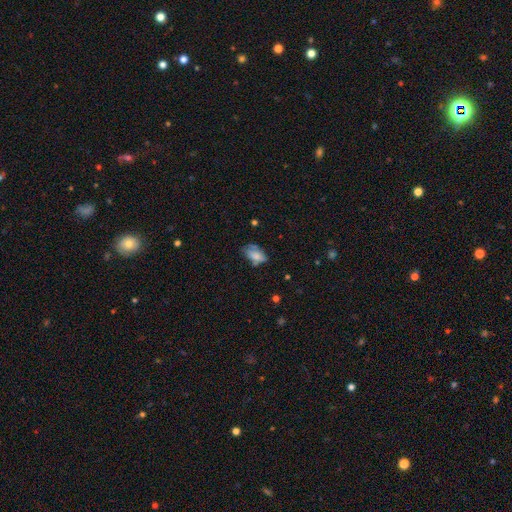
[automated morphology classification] Smooth or featured? smooth (70%)
How rounded? in between (90%)
Merging? none (46%)